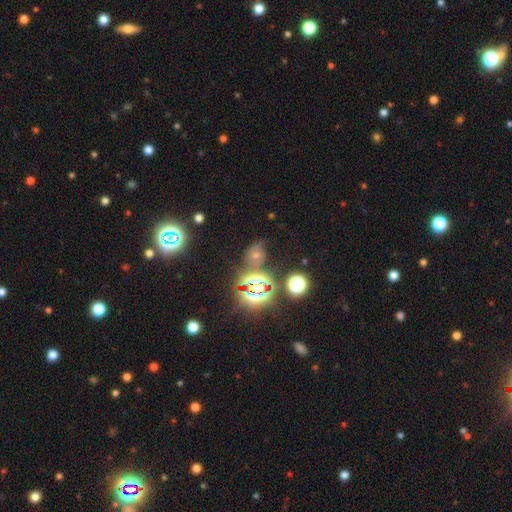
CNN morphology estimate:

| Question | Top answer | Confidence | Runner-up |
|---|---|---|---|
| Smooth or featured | star or artifact | 64% | smooth (24%) |